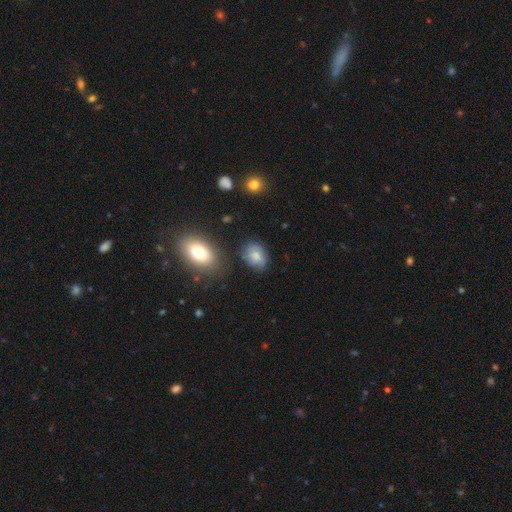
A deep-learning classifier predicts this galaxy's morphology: Q: Smooth or featured?
A: smooth (67%); runner-up: featured or disk (23%)
Q: How rounded?
A: in between (65%); runner-up: round (33%)
Q: Merging?
A: none (69%); runner-up: minor disturbance (22%)